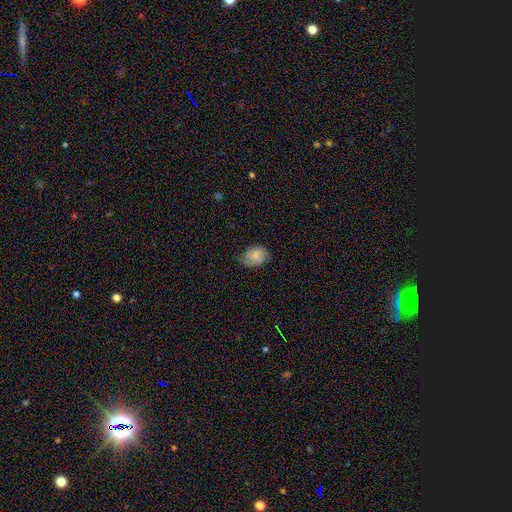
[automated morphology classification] type=smooth (76%); roundness=in between (73%); merging=none (66%).